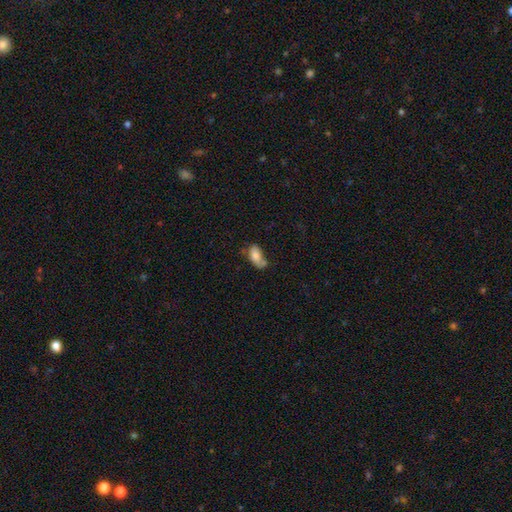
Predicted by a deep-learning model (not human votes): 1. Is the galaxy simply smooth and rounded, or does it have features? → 77% smooth, 15% featured or disk, 8% star or artifact.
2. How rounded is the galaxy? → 89% in between, 6% cigar-shaped, 5% round.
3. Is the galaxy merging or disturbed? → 38% none, 30% minor disturbance, 19% merger, 13% major disturbance.